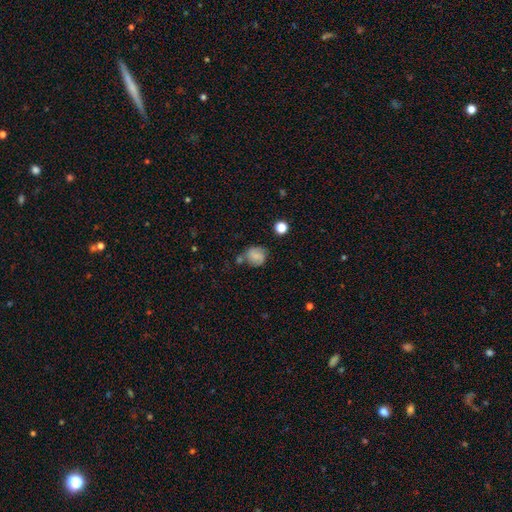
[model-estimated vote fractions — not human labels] Smooth or featured?
  - smooth: 60% *
  - featured or disk: 29%
  - star or artifact: 10%
How rounded?
  - round: 77% *
  - in between: 22%
  - cigar-shaped: 1%
Merging?
  - none: 60% *
  - minor disturbance: 21%
  - merger: 12%
  - major disturbance: 7%